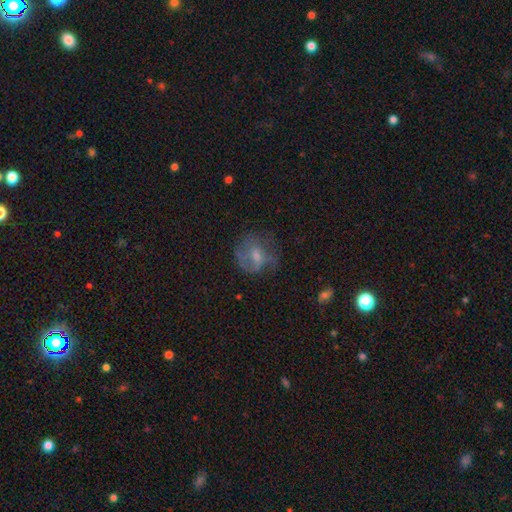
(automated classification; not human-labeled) smooth_or_featured: featured or disk (p=0.48) [alt: smooth p=0.42]
merging: none (p=0.48) [alt: major disturbance p=0.26]